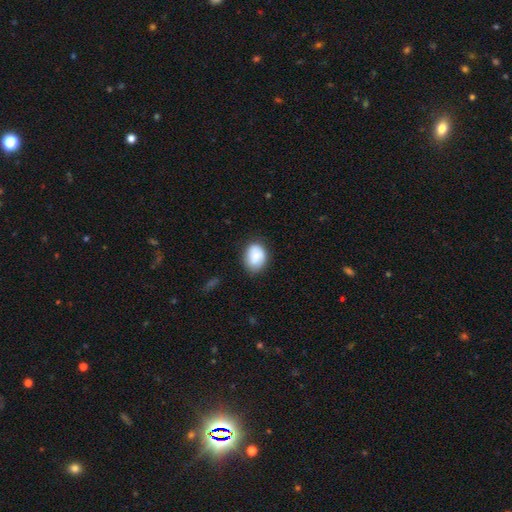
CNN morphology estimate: type=smooth (82%); roundness=in between (66%); merging=none (73%).